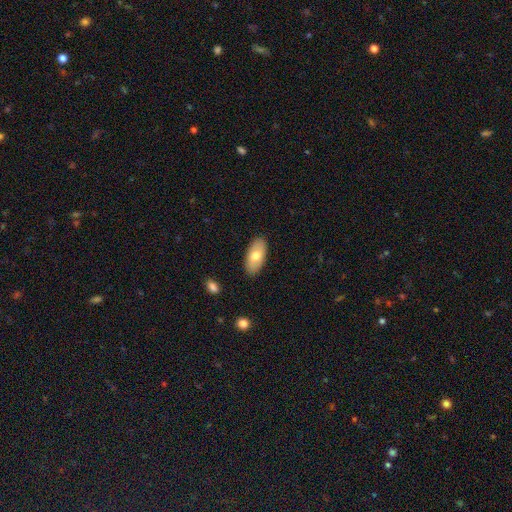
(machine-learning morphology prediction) Smooth or featured: smooth — 70% (featured or disk — 24%)
How rounded: in between — 92% (cigar-shaped — 5%)
Merging: none — 87% (minor disturbance — 9%)